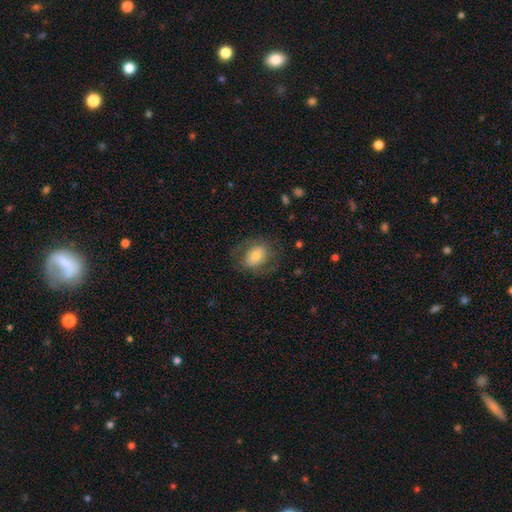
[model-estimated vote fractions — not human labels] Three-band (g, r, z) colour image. It shows a smooth galaxy with no disk features (61%) that is in between round and cigar-shaped (61%). Merging: none (70%).